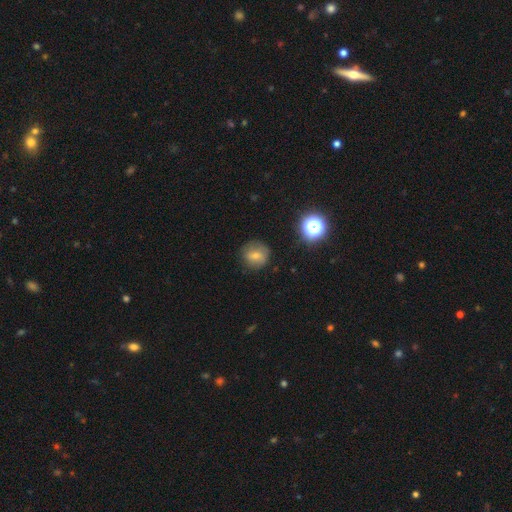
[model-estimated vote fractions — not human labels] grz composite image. It shows a smooth galaxy with no disk features (64%) that is round (85%). Merging: none (78%).